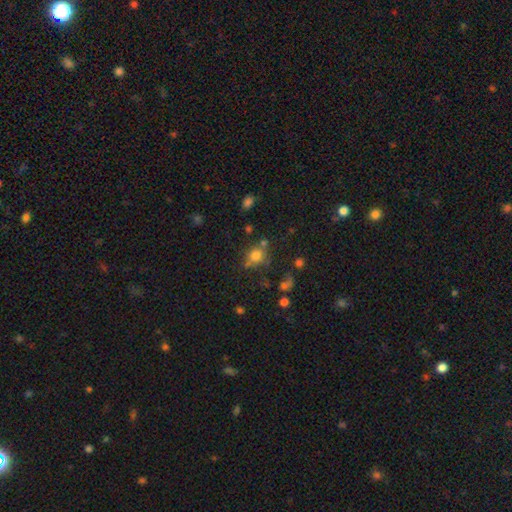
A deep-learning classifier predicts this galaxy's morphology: A smooth galaxy with no disk features (74%) that is round (74%).

Vote fractions:
- Smooth or featured? smooth: 74% / star or artifact: 16% / featured or disk: 11%
- How rounded? round: 74% / in between: 24% / cigar-shaped: 1%
- Merging? none: 59% / minor disturbance: 17% / merger: 16% / major disturbance: 8%